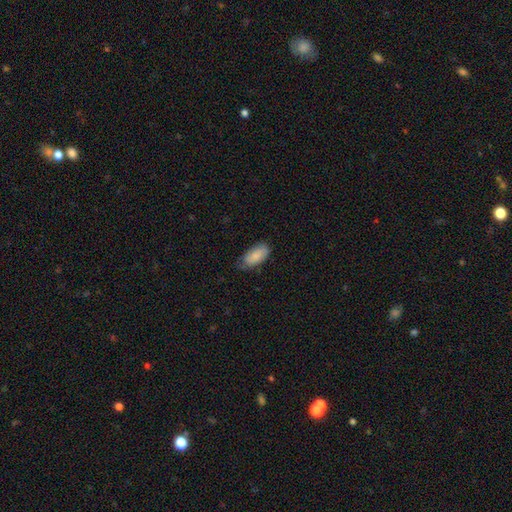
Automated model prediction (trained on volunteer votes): Smooth or featured: smooth — 83% (featured or disk — 11%)
How rounded: in between — 92% (cigar-shaped — 5%)
Merging: none — 60% (minor disturbance — 32%)